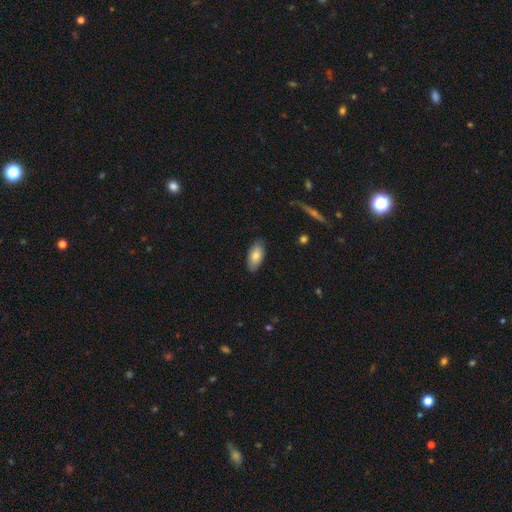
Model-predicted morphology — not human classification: Smooth or featured? Predicted: smooth (p=0.78). How rounded? Predicted: in between (p=0.92). Merging? Predicted: none (p=0.86).